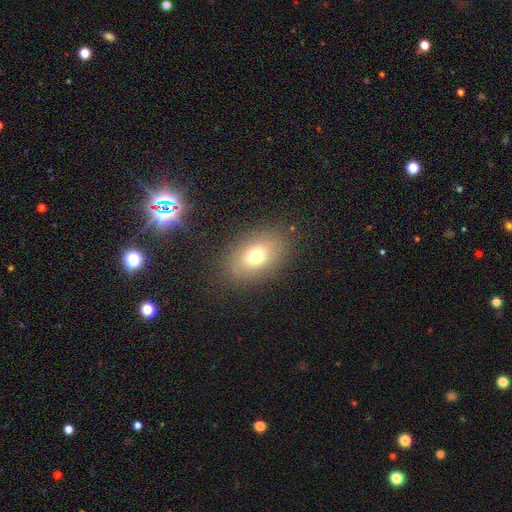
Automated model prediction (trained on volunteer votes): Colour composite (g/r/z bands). It shows a smooth galaxy with no disk features (71%) that is in between round and cigar-shaped (82%). Merging: none (83%).